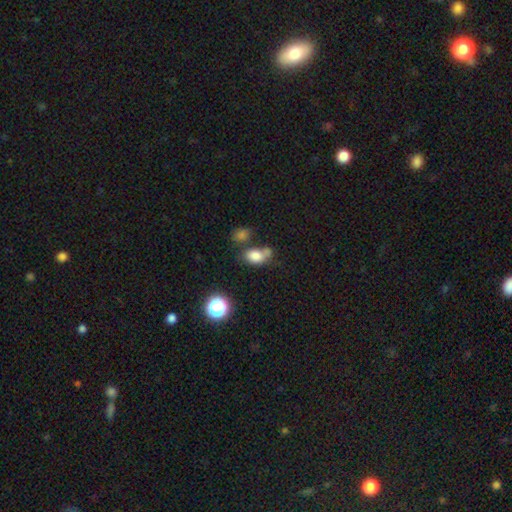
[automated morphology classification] smooth_or_featured: smooth (p=0.78) [alt: star or artifact p=0.12]
how_rounded: in between (p=0.77) [alt: round p=0.21]
merging: none (p=0.40) [alt: merger p=0.31]